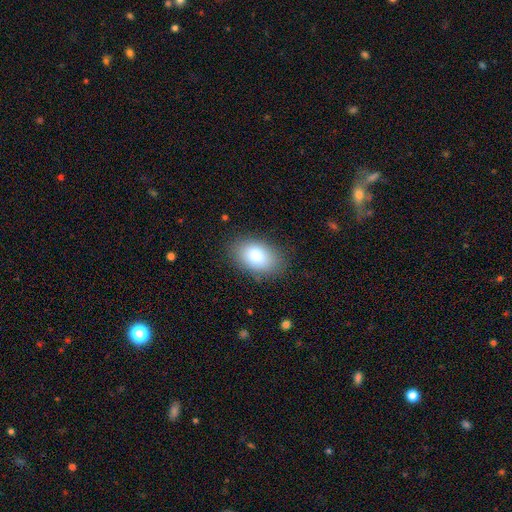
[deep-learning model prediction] Smooth or featured?
  - smooth: 81% *
  - featured or disk: 10%
  - star or artifact: 8%
How rounded?
  - in between: 88% *
  - round: 11%
  - cigar-shaped: 1%
Merging?
  - none: 84% *
  - minor disturbance: 12%
  - major disturbance: 4%
  - merger: 1%